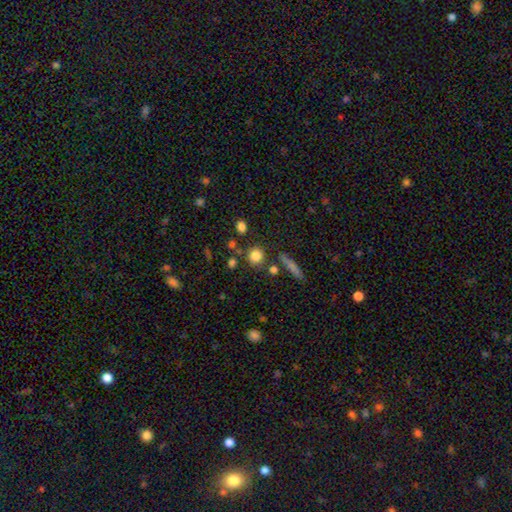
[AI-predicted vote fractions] Smooth or featured? Predicted: smooth (p=0.82). How rounded? Predicted: round (p=0.88). Merging? Predicted: none (p=0.80).